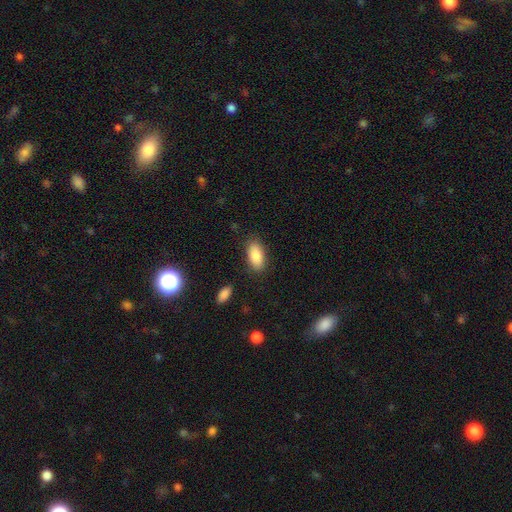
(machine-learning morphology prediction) Overall: smooth (87%). How rounded: in between (90%). Merging: none (83%).